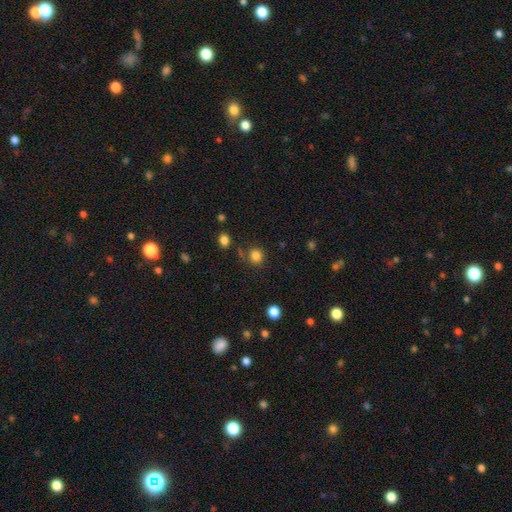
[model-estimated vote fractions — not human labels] smooth 83%, star or artifact 13%, featured or disk 4%. Down the decision tree: how rounded — round (89%); merging — none (77%).